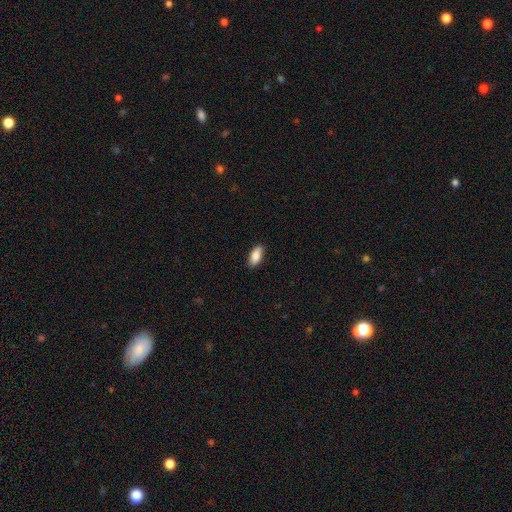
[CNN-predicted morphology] type=smooth (85%); roundness=in between (87%); merging=none (87%).